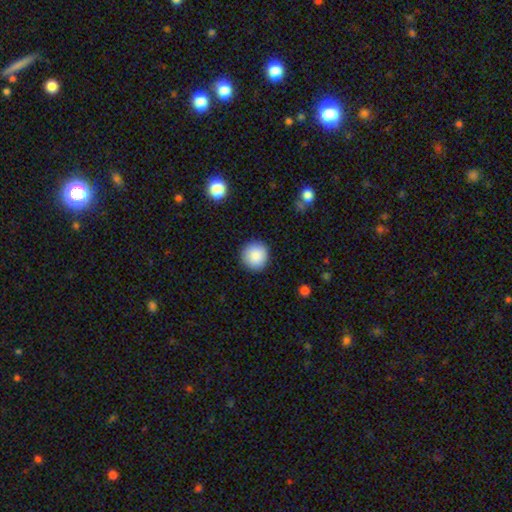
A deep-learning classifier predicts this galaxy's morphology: type=smooth (88%); roundness=round (93%); merging=none (91%).